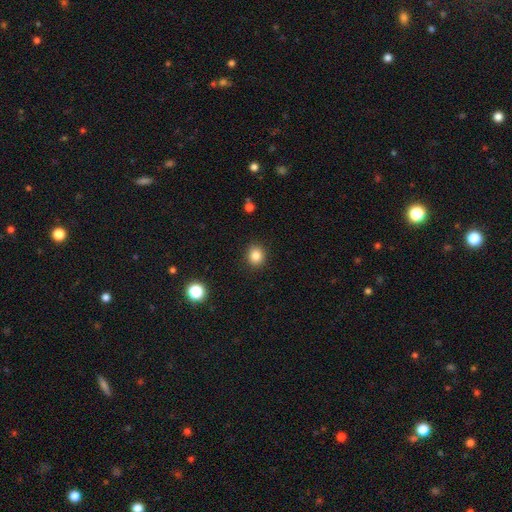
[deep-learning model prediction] Morphology: type=smooth (84%); roundness=round (80%); merging=none (90%).